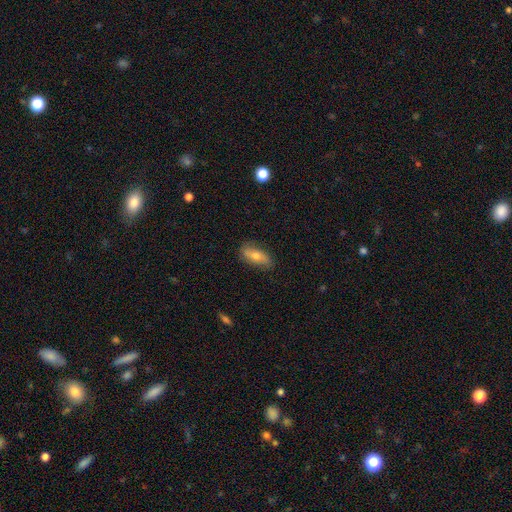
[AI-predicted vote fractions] This appears to be a smooth galaxy with no disk features (51%) that is in between round and cigar-shaped (75%). Merging: none (81%).